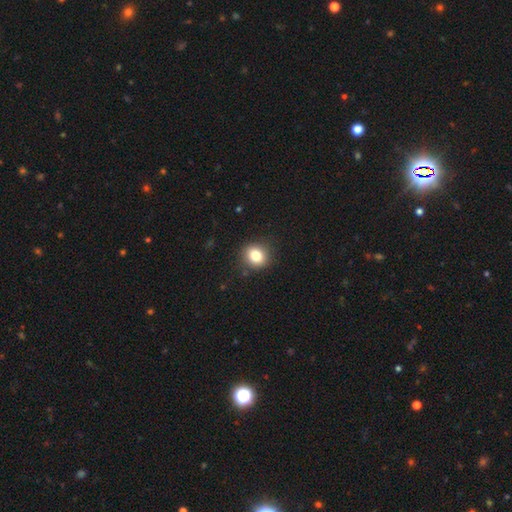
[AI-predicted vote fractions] This is clearly a smooth galaxy (81%). How rounded: clearly round (80%). Merging: clearly none (88%).